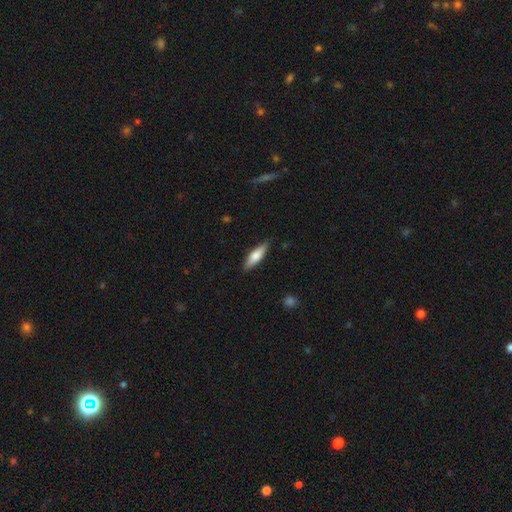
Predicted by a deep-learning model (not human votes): Smooth or featured? Predicted: smooth (p=0.71). How rounded? Predicted: cigar-shaped (p=0.56). Merging? Predicted: none (p=0.85).